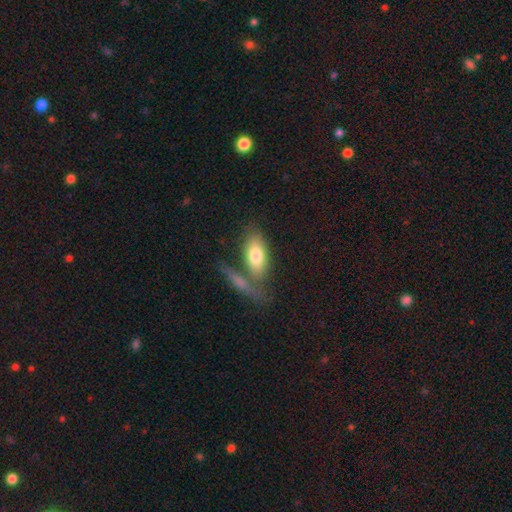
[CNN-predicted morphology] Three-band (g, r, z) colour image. It shows a smooth galaxy with no disk features (75%) that is in between round and cigar-shaped (85%). Merging: none (51%).